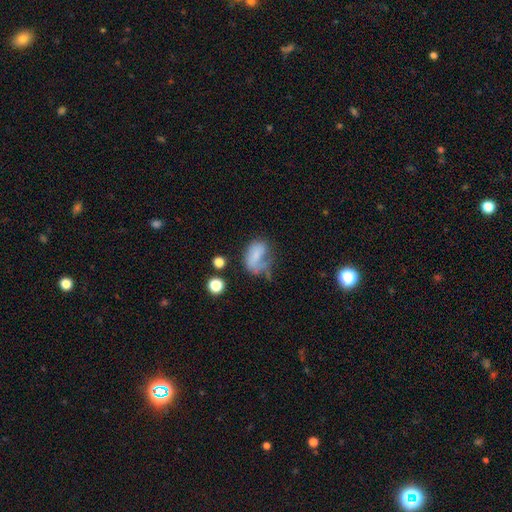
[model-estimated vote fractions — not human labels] A smooth galaxy with no disk features (64%) that is in between round and cigar-shaped (82%). Merging: major disturbance (37%).